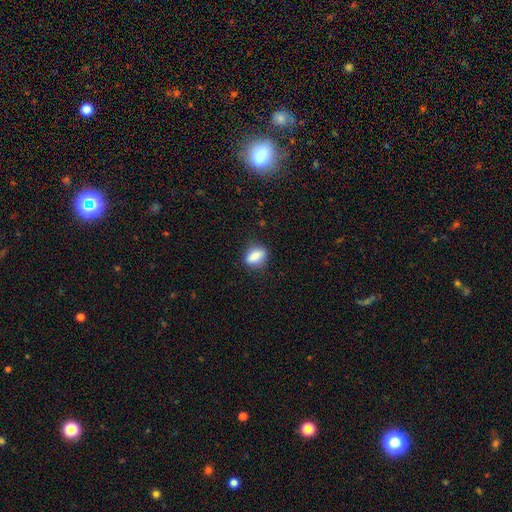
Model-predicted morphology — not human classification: The model was most divided on "how rounded": in between: 69%, round: 19%, cigar-shaped: 11%. More confident: merging — none (83%); smooth or featured — smooth (81%).